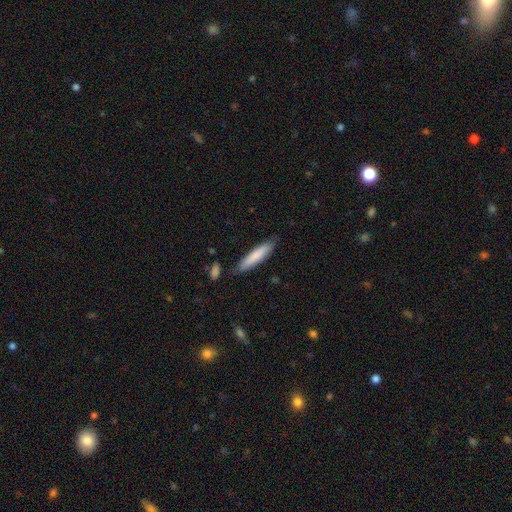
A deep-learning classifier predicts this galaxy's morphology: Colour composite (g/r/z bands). It shows a smooth galaxy with no disk features (80%) that is cigar-shaped (84%). Merging: none (81%).